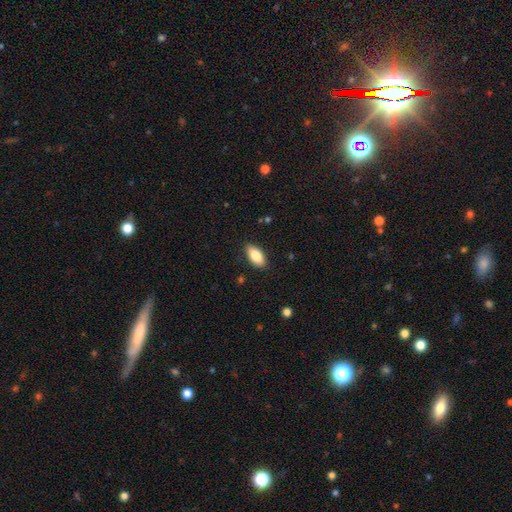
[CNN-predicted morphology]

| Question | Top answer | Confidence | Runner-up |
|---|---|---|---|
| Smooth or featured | smooth | 84% | featured or disk (9%) |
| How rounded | in between | 92% | cigar-shaped (6%) |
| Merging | none | 87% | minor disturbance (10%) |